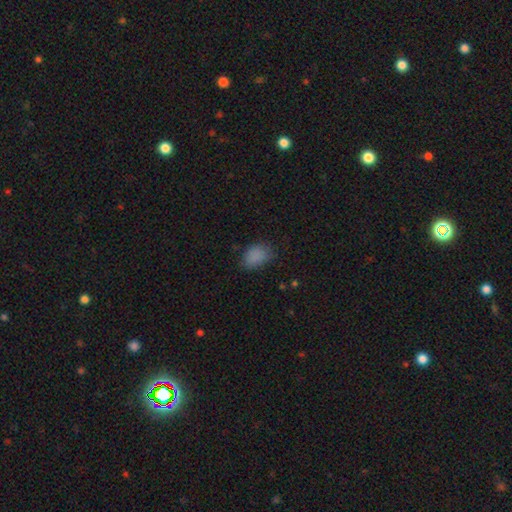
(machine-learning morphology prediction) Smooth or featured? Predicted: smooth (p=0.84). How rounded? Predicted: in between (p=0.83). Merging? Predicted: none (p=0.67).